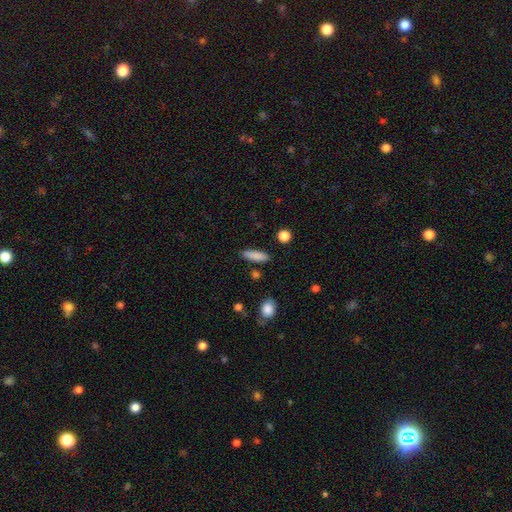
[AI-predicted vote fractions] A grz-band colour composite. It shows a smooth galaxy with no disk features (86%) that is cigar-shaped (65%). Merging: none (85%).